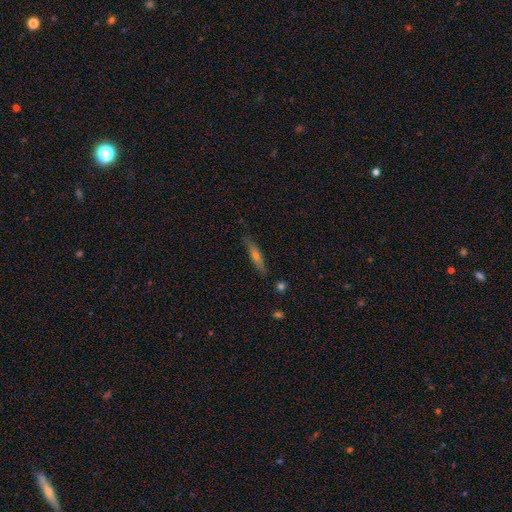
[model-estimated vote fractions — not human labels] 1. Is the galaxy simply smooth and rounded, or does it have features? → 48% featured or disk, 44% smooth, 8% star or artifact.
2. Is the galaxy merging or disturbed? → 83% none, 13% minor disturbance, 2% major disturbance, 2% merger.